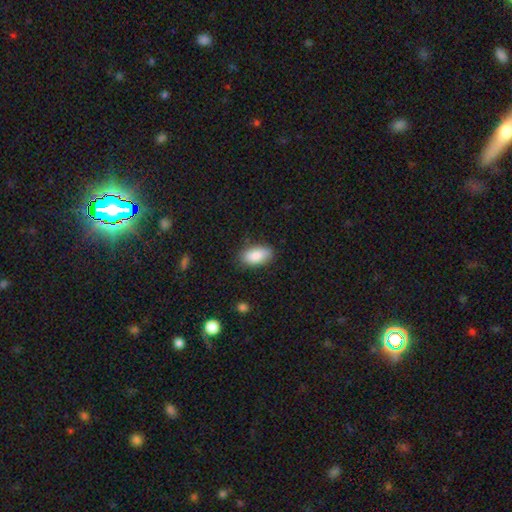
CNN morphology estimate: smooth 87%, featured or disk 7%, star or artifact 7%. Down the decision tree: how rounded — in between (92%); merging — none (83%).